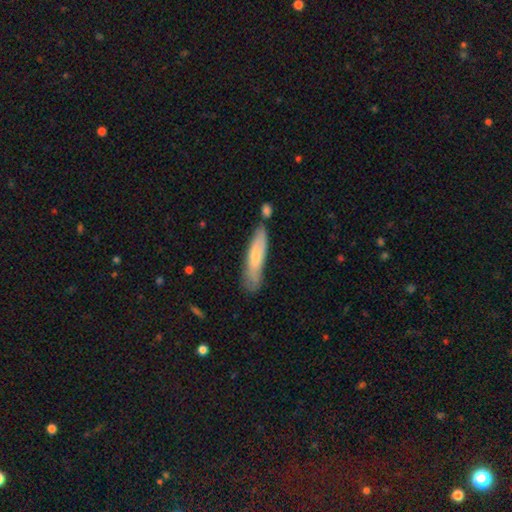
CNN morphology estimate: smooth 62%, featured or disk 33%, star or artifact 5%. Down the decision tree: how rounded — cigar-shaped (77%); merging — none (62%).